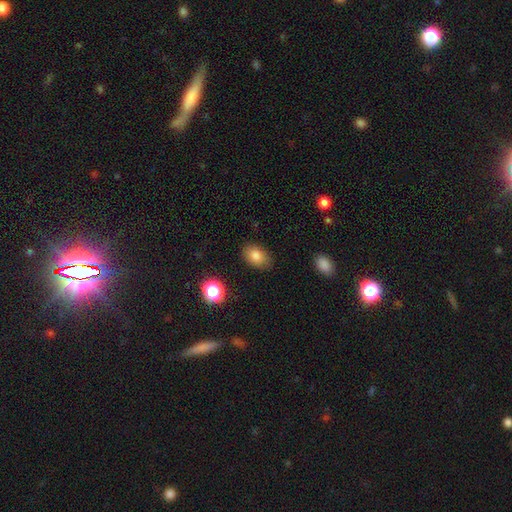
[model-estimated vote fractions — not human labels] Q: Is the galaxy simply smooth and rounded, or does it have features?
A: smooth — 82%.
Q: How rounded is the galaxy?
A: in between — 81%.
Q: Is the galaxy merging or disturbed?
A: none — 83%.